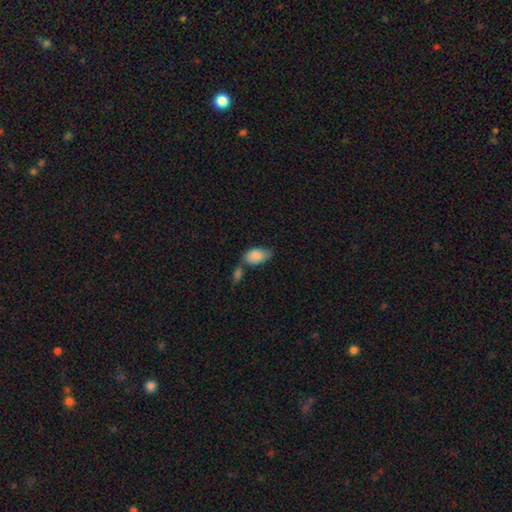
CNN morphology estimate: Q: Smooth or featured?
A: smooth (86%); runner-up: featured or disk (8%)
Q: How rounded?
A: in between (93%); runner-up: round (5%)
Q: Merging?
A: none (38%); runner-up: merger (36%)